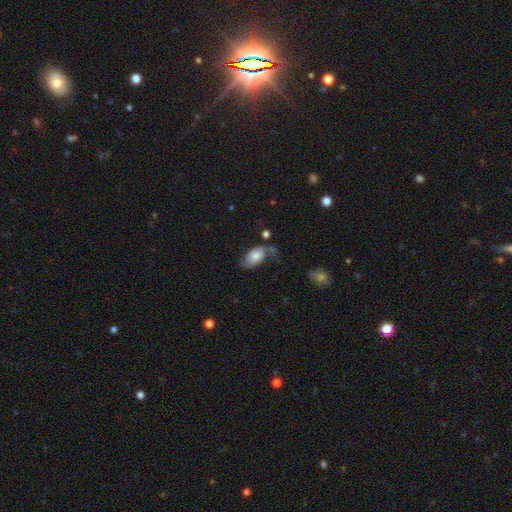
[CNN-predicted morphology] Smooth or featured? smooth (61%)
How rounded? in between (92%)
Merging? none (38%)